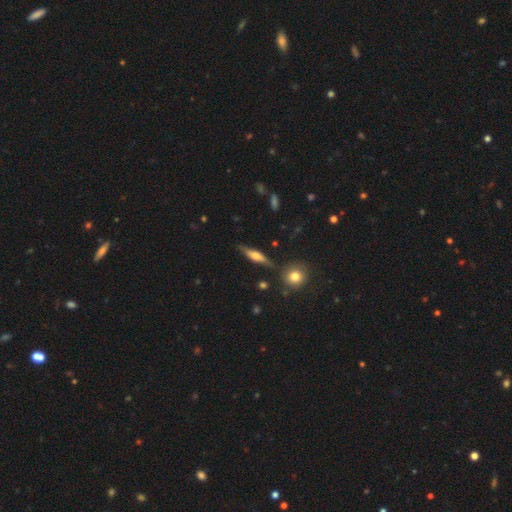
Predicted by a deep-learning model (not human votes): The model was most divided on "smooth or featured": featured or disk: 55%, smooth: 38%, star or artifact: 7%. More confident: edge-on disk — yes (92%); edge-on bulge — rounded (81%); merging — none (80%).